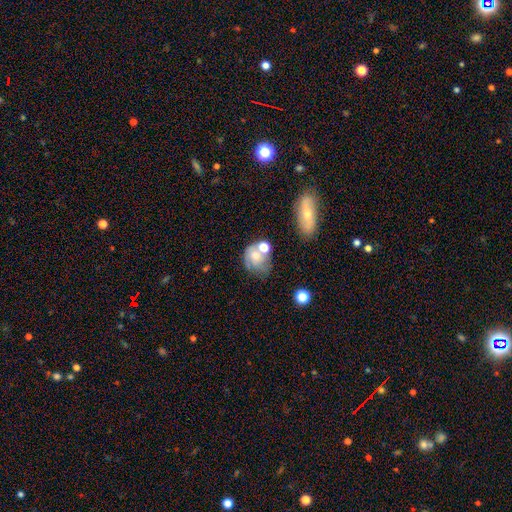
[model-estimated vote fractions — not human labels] Smooth or featured? smooth (49%)
Merging? none (34%)